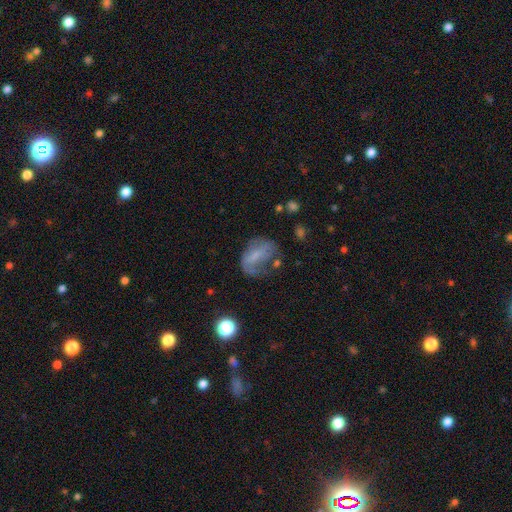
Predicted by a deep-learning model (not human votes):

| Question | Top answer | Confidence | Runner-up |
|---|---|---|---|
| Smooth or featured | featured or disk | 44% | tied: smooth (44%) |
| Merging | major disturbance | 36% | none (34%) |